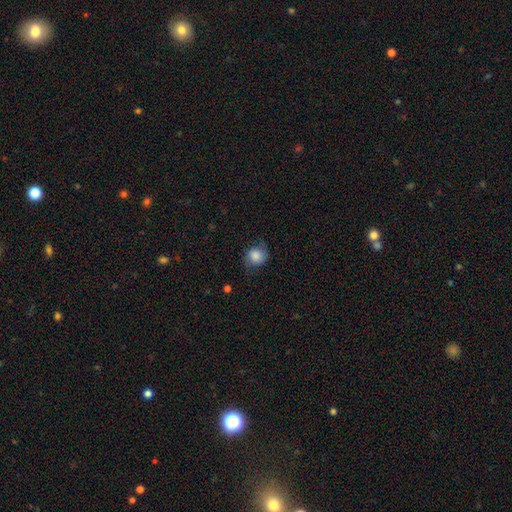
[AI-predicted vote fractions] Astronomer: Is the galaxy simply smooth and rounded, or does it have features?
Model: smooth — 63%.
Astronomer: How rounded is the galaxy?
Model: round — 77%.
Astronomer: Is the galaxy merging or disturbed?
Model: none — 66%.